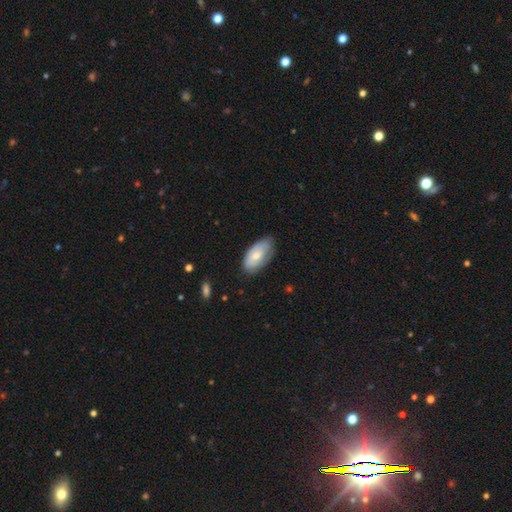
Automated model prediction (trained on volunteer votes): Q: Smooth or featured?
A: smooth (66%); runner-up: featured or disk (28%)
Q: How rounded?
A: in between (93%); runner-up: cigar-shaped (4%)
Q: Merging?
A: none (64%); runner-up: minor disturbance (28%)